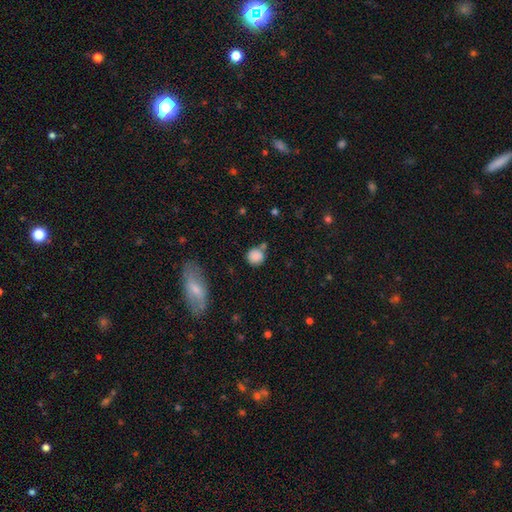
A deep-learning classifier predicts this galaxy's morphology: Smooth or featured? Predicted: smooth (p=0.85). How rounded? Predicted: round (p=0.86). Merging? Predicted: none (p=0.64).